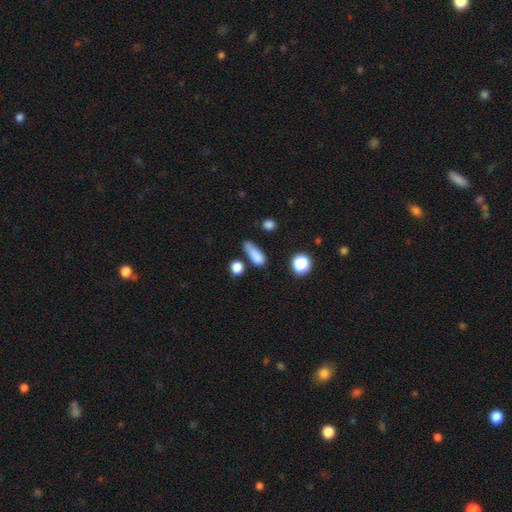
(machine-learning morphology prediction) Smooth or featured? Predicted: smooth (p=0.80). How rounded? Predicted: in between (p=0.61). Merging? Predicted: none (p=0.47).